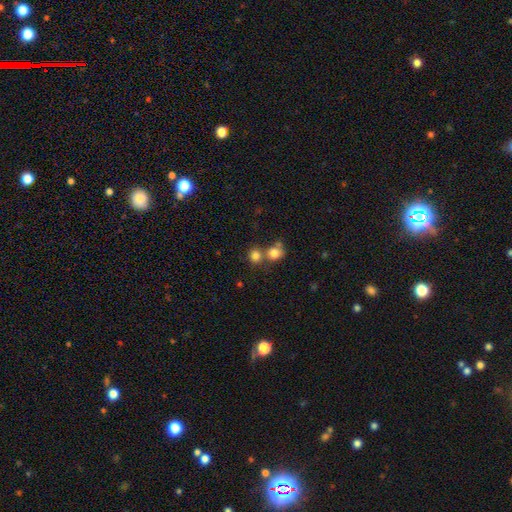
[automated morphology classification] smooth 80%, star or artifact 12%, featured or disk 8%. Down the decision tree: how rounded — round (79%); merging — none (48%).